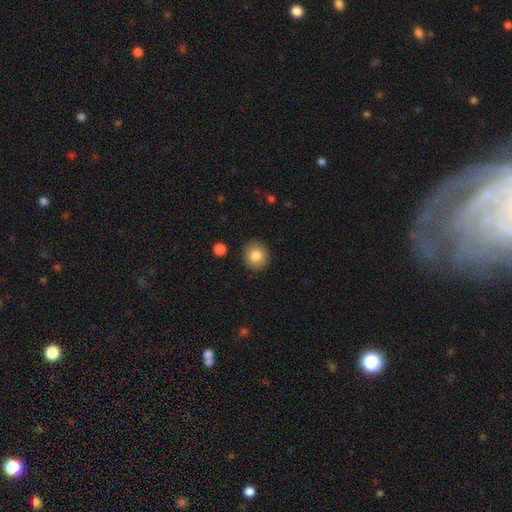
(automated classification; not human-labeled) This appears to be a smooth galaxy with no disk features (83%) that is round (81%). Merging: none (90%).